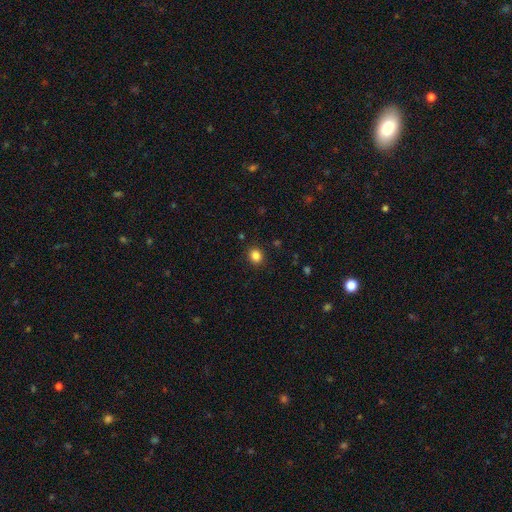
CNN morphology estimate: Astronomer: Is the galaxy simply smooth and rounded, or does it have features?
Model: smooth — 85%.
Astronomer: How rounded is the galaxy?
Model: round — 71%.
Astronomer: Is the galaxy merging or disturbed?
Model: none — 90%.